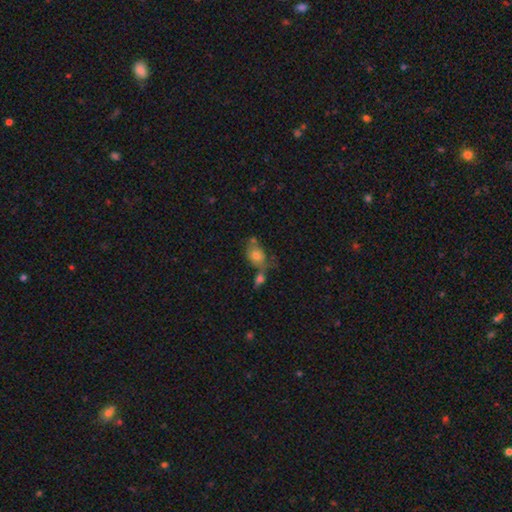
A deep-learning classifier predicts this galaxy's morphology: A smooth galaxy with no disk features (71%) that is in between round and cigar-shaped (65%). Merging: none (44%).